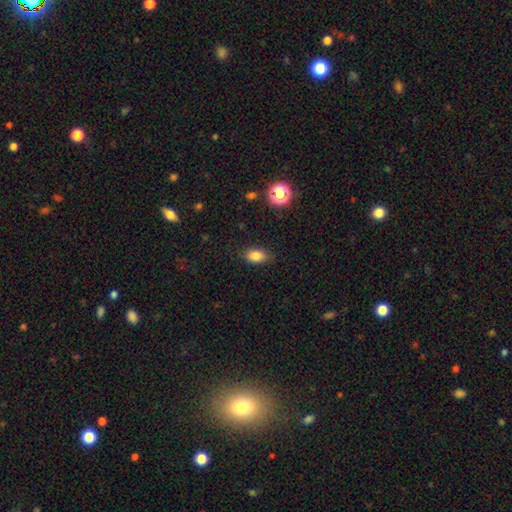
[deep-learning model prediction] Smooth or featured? Predicted: smooth (p=0.84). How rounded? Predicted: in between (p=0.85). Merging? Predicted: none (p=0.83).